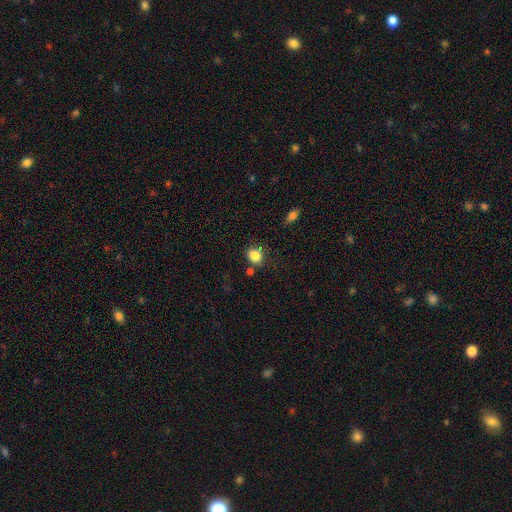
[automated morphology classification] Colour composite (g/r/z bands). It shows a smooth galaxy with no disk features (85%) that is in between round and cigar-shaped (51%). Merging: none (69%).